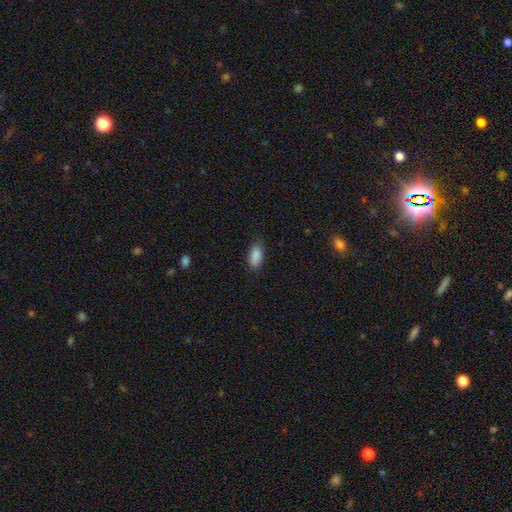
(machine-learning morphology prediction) A smooth galaxy with no disk features (88%) that is in between round and cigar-shaped (92%).

Vote fractions:
- Smooth or featured? smooth: 88% / star or artifact: 7% / featured or disk: 5%
- How rounded? in between: 92% / cigar-shaped: 5% / round: 3%
- Merging? none: 80% / minor disturbance: 15% / major disturbance: 3% / merger: 1%